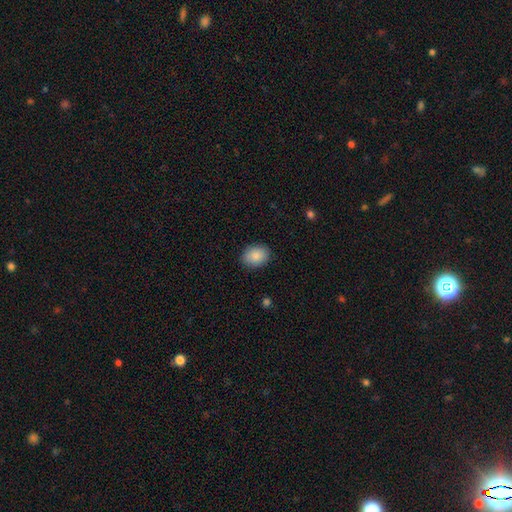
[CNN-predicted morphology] A smooth galaxy with no disk features (87%) that is in between round and cigar-shaped (68%).

Vote fractions:
- Smooth or featured? smooth: 87% / star or artifact: 7% / featured or disk: 5%
- How rounded? in between: 68% / round: 31% / cigar-shaped: 1%
- Merging? none: 88% / minor disturbance: 9% / major disturbance: 2% / merger: 1%